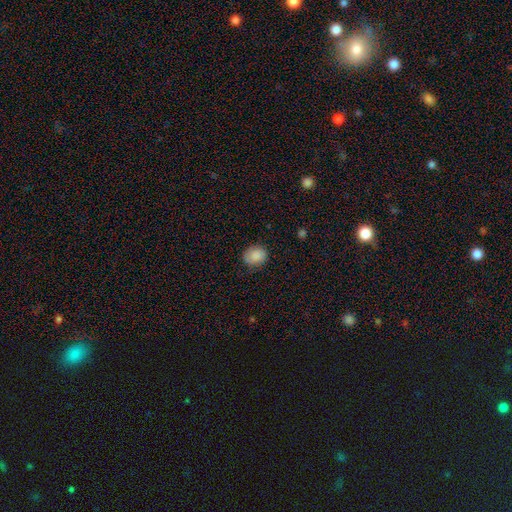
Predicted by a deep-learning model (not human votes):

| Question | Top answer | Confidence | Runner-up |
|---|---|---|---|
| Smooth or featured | smooth | 85% | star or artifact (8%) |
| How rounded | round | 61% | in between (38%) |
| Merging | none | 82% | minor disturbance (14%) |